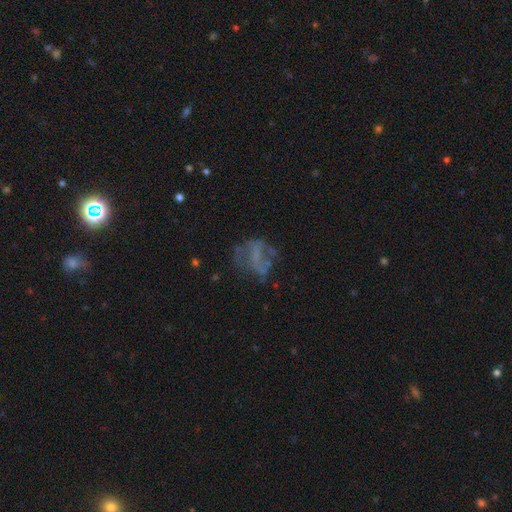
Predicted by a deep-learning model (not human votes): Overall: featured or disk (53%; smooth 30%). Edge-on disk: no (97%). Bar: no (66%). Spiral arms: no (72%). Bulge size: none (70%). Merging: none (47%; major disturbance 29%).